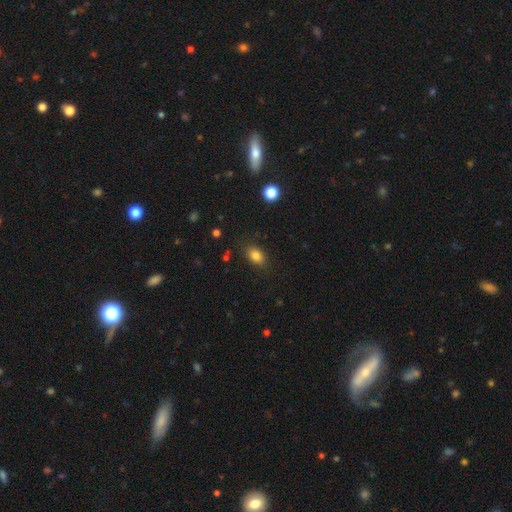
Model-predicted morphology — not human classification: smooth-or-featured: smooth: 84% | star or artifact: 10% | featured or disk: 6%
  how-rounded: in between: 82% | round: 16% | cigar-shaped: 2%
  merging: none: 84% | minor disturbance: 11% | major disturbance: 3% | merger: 1%